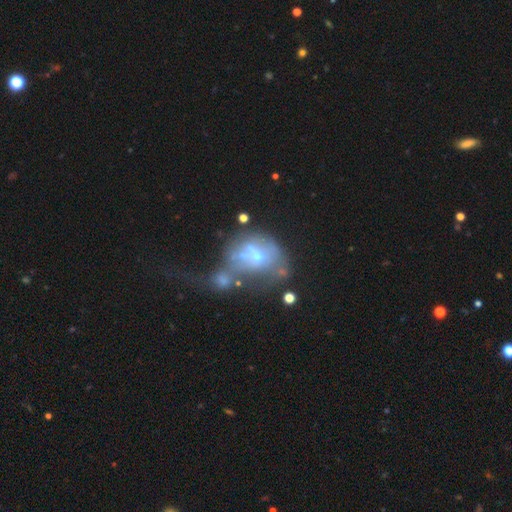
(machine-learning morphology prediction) featured or disk 50%, smooth 34%, star or artifact 16%. Down the decision tree: edge-on disk — no (96%); merging — merger (45%).